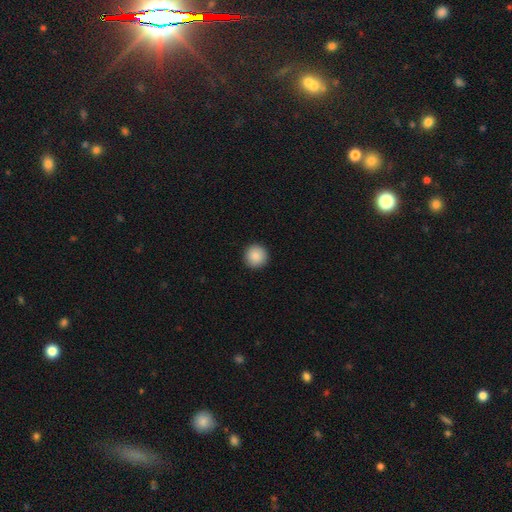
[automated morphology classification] Smooth or featured? smooth (88%)
How rounded? round (95%)
Merging? none (93%)